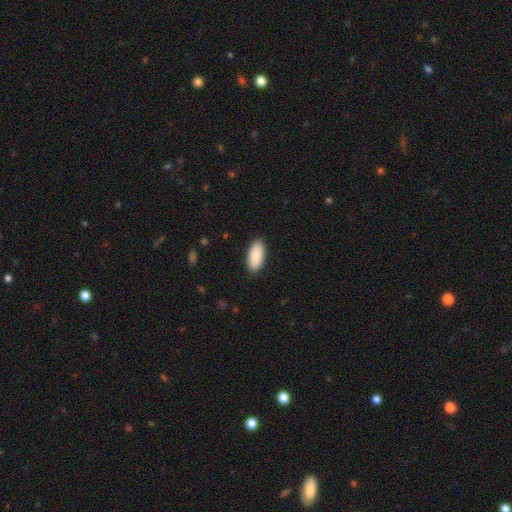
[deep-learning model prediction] A smooth galaxy with no disk features (91%) that is in between round and cigar-shaped (91%). Merging: none (90%).